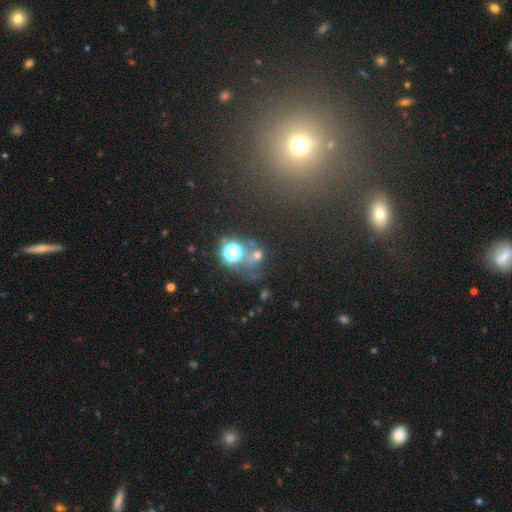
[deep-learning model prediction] The model was most divided on "smooth or featured": star or artifact: 46%, smooth: 41%, featured or disk: 13%.